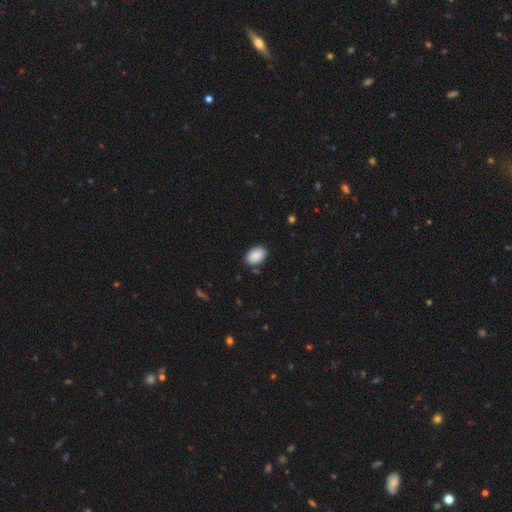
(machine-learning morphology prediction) This is clearly a smooth galaxy (89%). How rounded: clearly in between (89%). Merging: clearly none (86%).